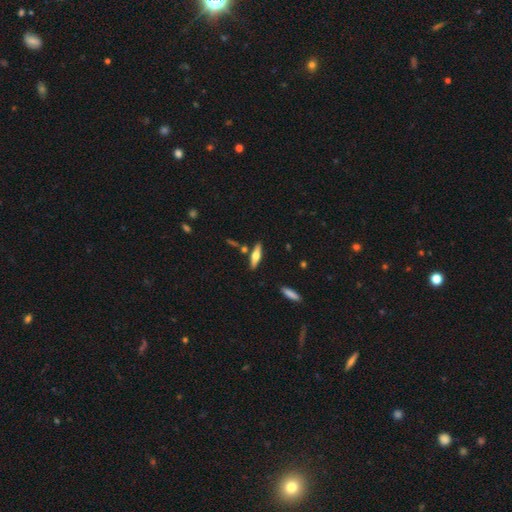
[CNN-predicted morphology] Smooth or featured? smooth (48%)
Merging? none (82%)